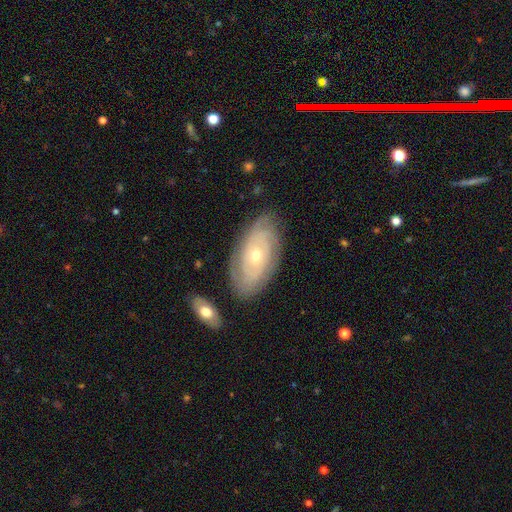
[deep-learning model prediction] smooth_or_featured: featured or disk (p=0.81) [alt: smooth p=0.13]
disk_edge_on: no (p=0.94) [alt: yes p=0.06]
bar: no (p=0.83) [alt: weak p=0.14]
has_spiral_arms: yes (p=0.90) [alt: no p=0.10]
spiral_winding: tight (p=0.80) [alt: medium p=0.15]
spiral_arm_count: can't tell (p=0.45) [alt: 2 p=0.22]
bulge_size: small (p=0.56) [alt: moderate p=0.41]
merging: none (p=0.80) [alt: minor disturbance p=0.14]